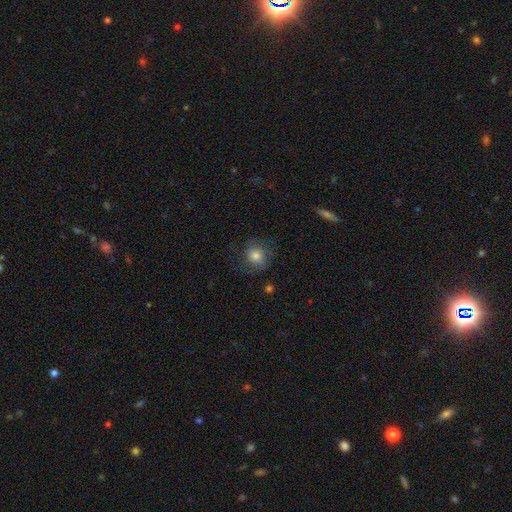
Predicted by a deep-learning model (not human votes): This appears to be a smooth galaxy with no disk features (71%) that is round (82%). Merging: none (69%).